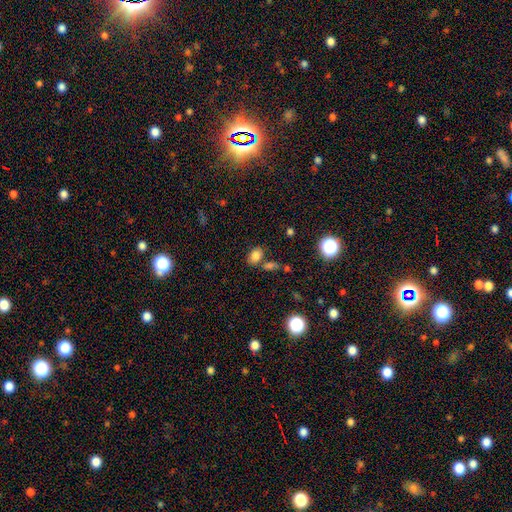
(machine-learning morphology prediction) Smooth or featured? Predicted: smooth (p=0.81). How rounded? Predicted: in between (p=0.78). Merging? Predicted: none (p=0.67).